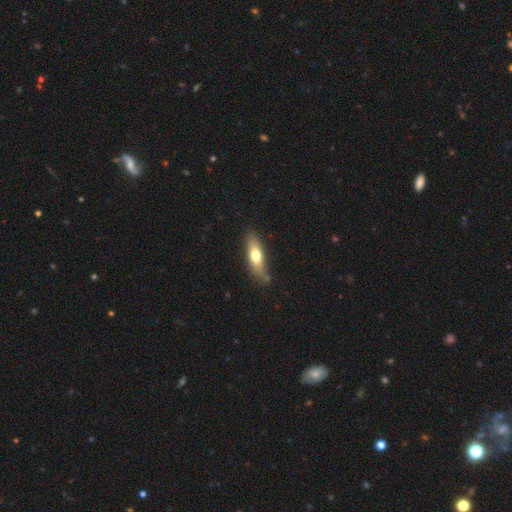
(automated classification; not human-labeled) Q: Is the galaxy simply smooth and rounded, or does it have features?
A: smooth — 65%.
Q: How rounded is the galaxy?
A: cigar-shaped — 51%.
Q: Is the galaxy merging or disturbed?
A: none — 76%.